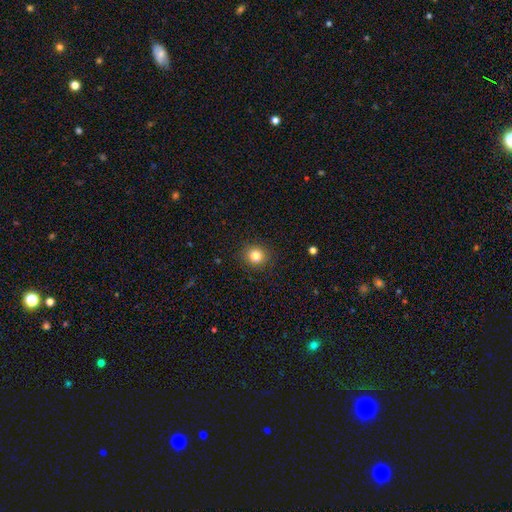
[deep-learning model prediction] Overall: smooth (82%). How rounded: round (88%). Merging: none (90%).